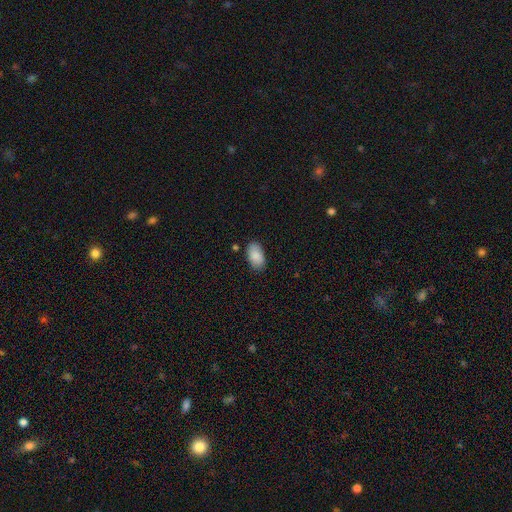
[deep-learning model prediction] Morphology: type=smooth (88%); roundness=in between (94%); merging=none (81%).